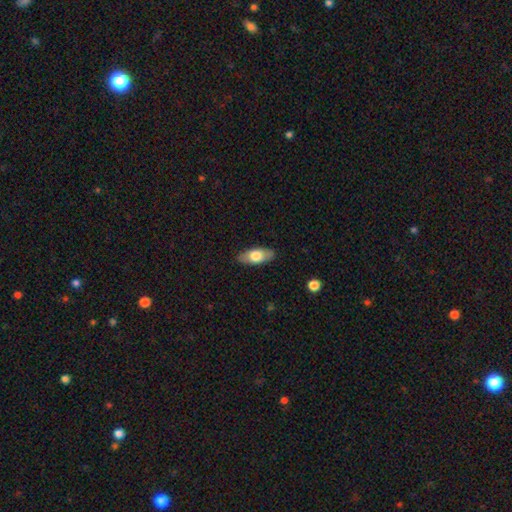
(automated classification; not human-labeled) smooth 68%, featured or disk 26%, star or artifact 6%. Down the decision tree: how rounded — in between (86%); merging — none (86%).